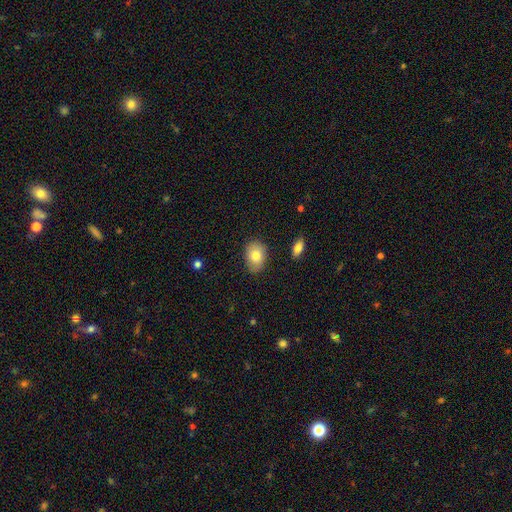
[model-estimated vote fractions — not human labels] This appears to be a smooth galaxy with no disk features (80%) that is in between round and cigar-shaped (77%). Merging: none (83%).